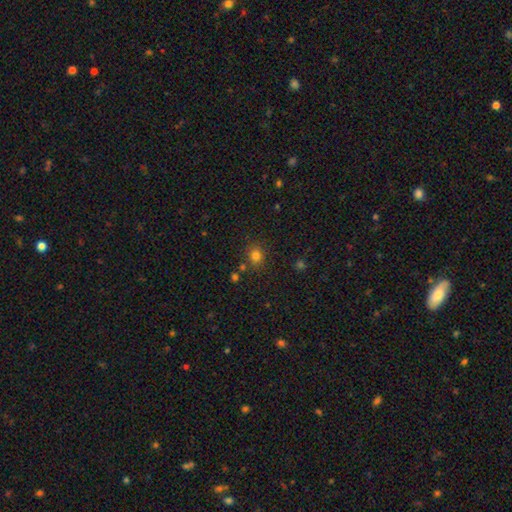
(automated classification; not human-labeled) Morphology: type=smooth (78%); roundness=round (77%); merging=none (80%).